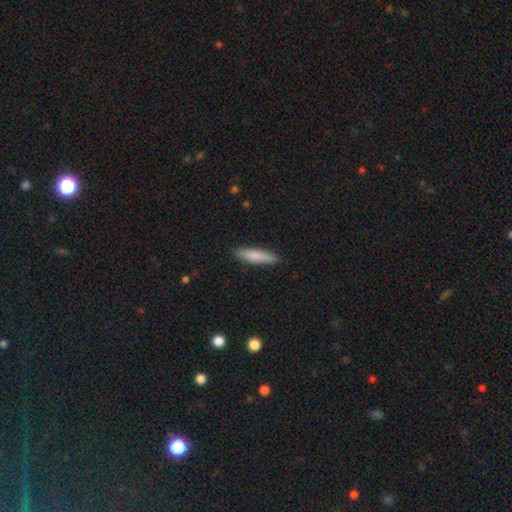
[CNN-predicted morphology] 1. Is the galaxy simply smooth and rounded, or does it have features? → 83% smooth, 11% featured or disk, 6% star or artifact.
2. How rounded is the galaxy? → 80% cigar-shaped, 19% in between, 1% round.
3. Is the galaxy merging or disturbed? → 89% none, 9% minor disturbance, 2% major disturbance, 1% merger.